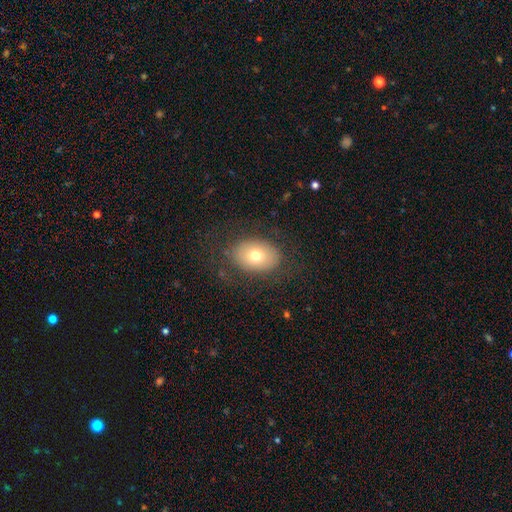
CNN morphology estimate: Q: Smooth or featured?
A: smooth (70%); runner-up: featured or disk (21%)
Q: How rounded?
A: in between (77%); runner-up: round (22%)
Q: Merging?
A: none (78%); runner-up: minor disturbance (13%)